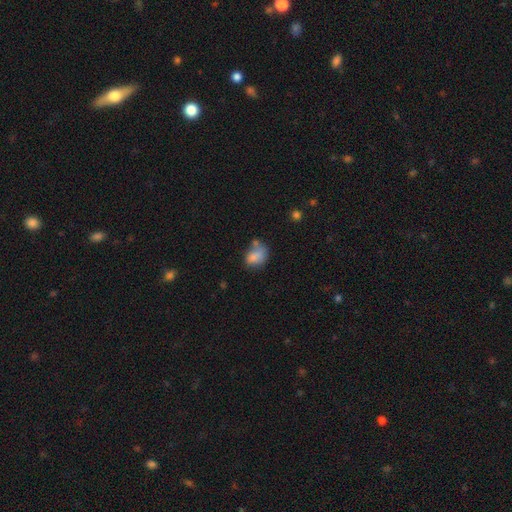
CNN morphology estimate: type=smooth (79%); roundness=in between (68%); merging=none (42%).